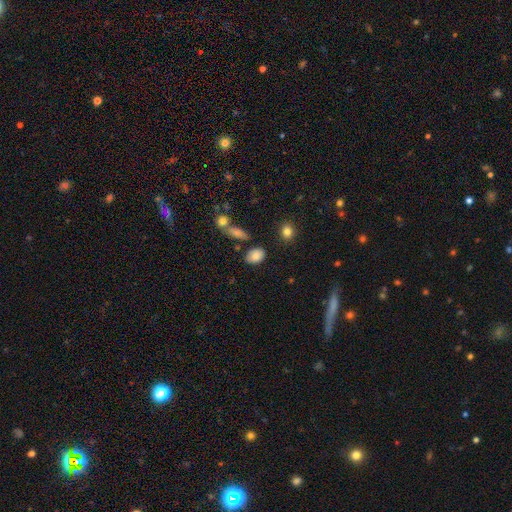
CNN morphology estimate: Smooth or featured: smooth — 84% (star or artifact — 9%)
How rounded: in between — 81% (round — 17%)
Merging: none — 76% (minor disturbance — 15%)